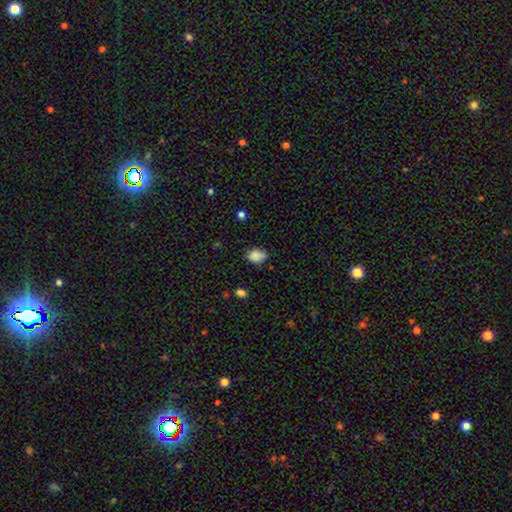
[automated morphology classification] Smooth or featured? smooth (87%)
How rounded? in between (69%)
Merging? none (73%)